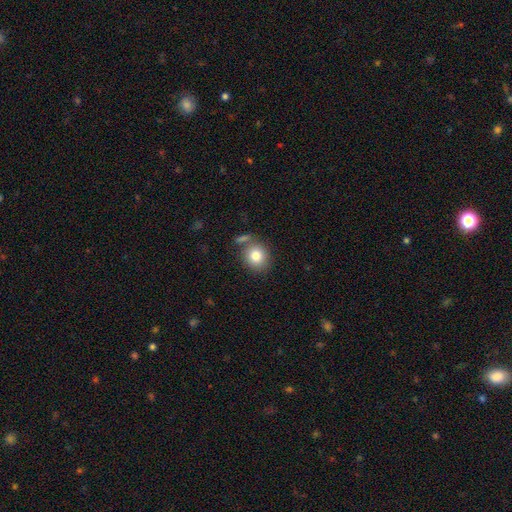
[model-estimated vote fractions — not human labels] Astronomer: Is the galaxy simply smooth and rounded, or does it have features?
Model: smooth — 81%.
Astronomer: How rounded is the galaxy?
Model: round — 78%.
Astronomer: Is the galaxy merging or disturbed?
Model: none — 69%.